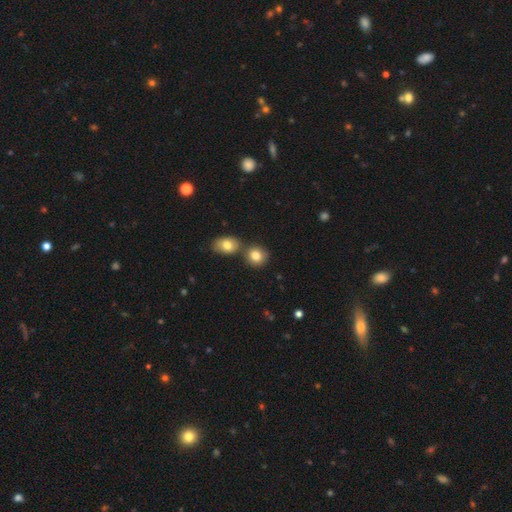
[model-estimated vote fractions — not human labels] Smooth or featured? smooth (81%)
How rounded? round (74%)
Merging? none (62%)